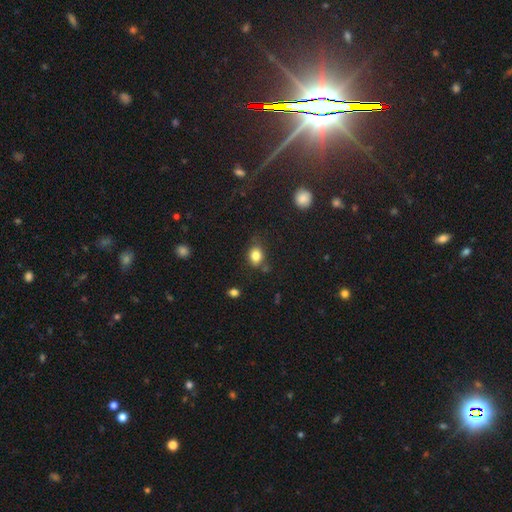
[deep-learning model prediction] Q: Smooth or featured?
A: smooth (83%); runner-up: star or artifact (11%)
Q: How rounded?
A: in between (53%); runner-up: round (46%)
Q: Merging?
A: none (69%); runner-up: minor disturbance (21%)